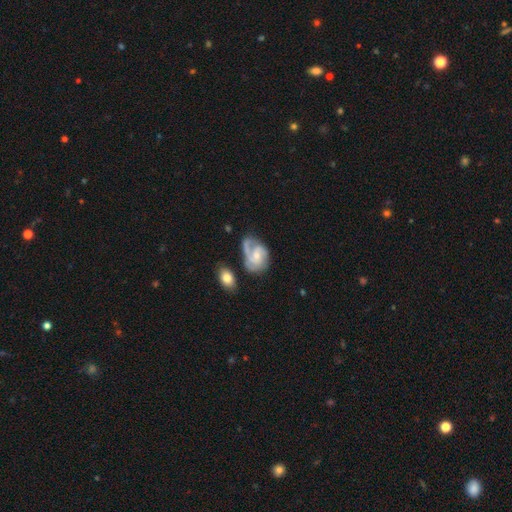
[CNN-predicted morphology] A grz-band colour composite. It shows a featured or disk galaxy (76%) with no bar (54%), 2 (46%) medium (44%) spiral arms (92%) and a small central bulge (54%). Merging: none (42%).